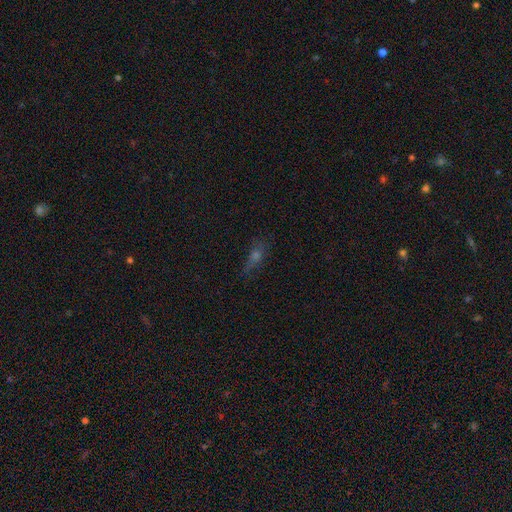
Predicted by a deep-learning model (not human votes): Smooth or featured? Predicted: smooth (p=0.36). Merging? Predicted: none (p=0.70).